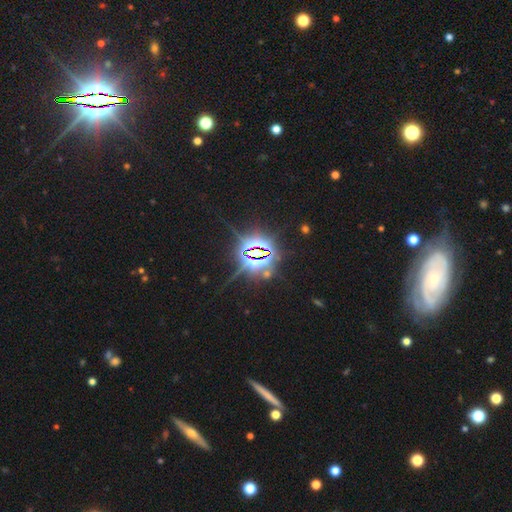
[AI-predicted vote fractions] star or artifact 84%, featured or disk 8%, smooth 8%.